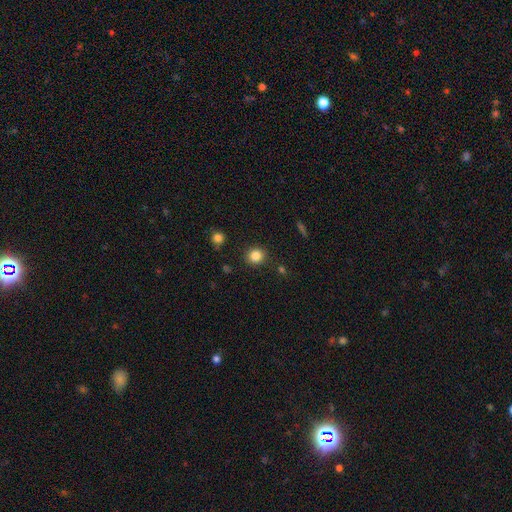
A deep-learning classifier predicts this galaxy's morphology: This is clearly a smooth galaxy (83%). How rounded: clearly round (87%). Merging: clearly none (88%).